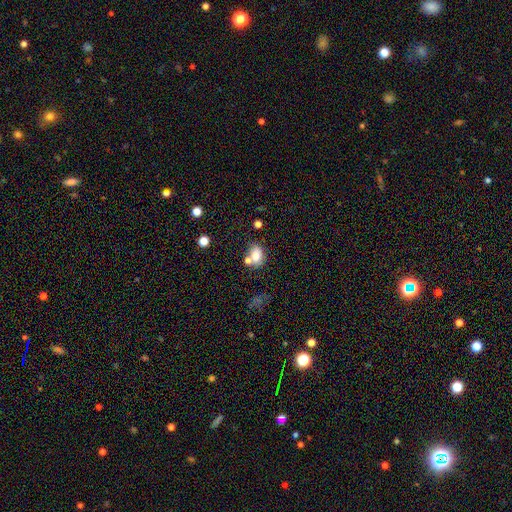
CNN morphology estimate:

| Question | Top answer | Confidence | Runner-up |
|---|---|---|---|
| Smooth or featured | smooth | 76% | featured or disk (12%) |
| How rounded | in between | 70% | round (29%) |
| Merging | none | 49% | merger (30%) |